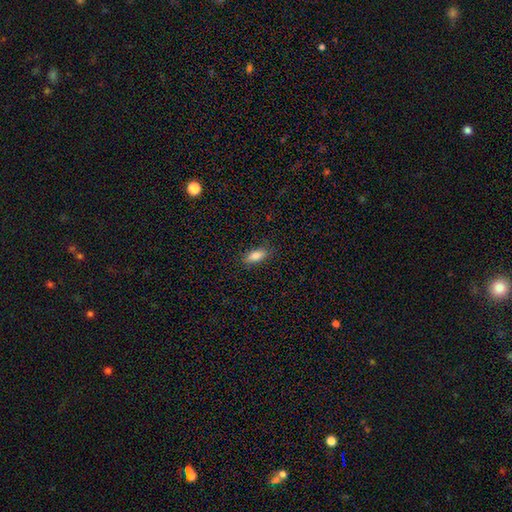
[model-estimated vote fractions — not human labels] A smooth galaxy with no disk features (83%) that is in between round and cigar-shaped (82%).

Vote fractions:
- Smooth or featured? smooth: 83% / featured or disk: 10% / star or artifact: 7%
- How rounded? in between: 82% / cigar-shaped: 16% / round: 2%
- Merging? none: 86% / minor disturbance: 11% / major disturbance: 2% / merger: 1%